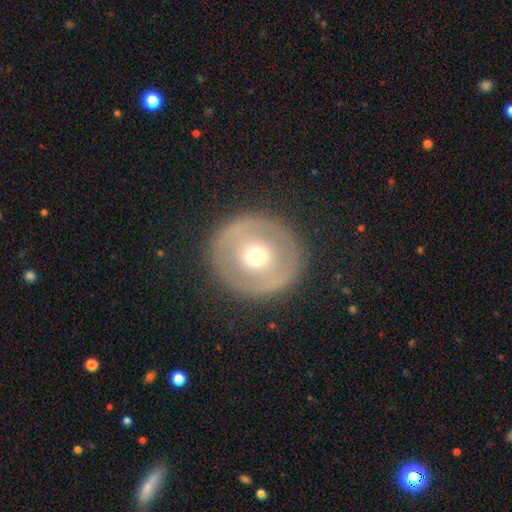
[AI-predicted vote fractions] A featured or disk galaxy (51%). Merging: none (86%).